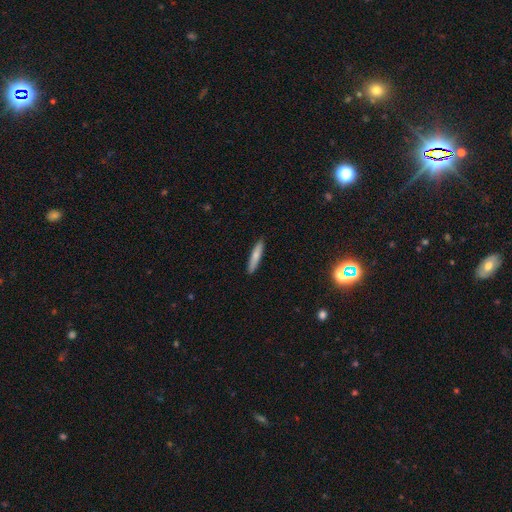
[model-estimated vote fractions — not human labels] Overall: smooth (75%). How rounded: cigar-shaped (89%). Merging: none (90%).